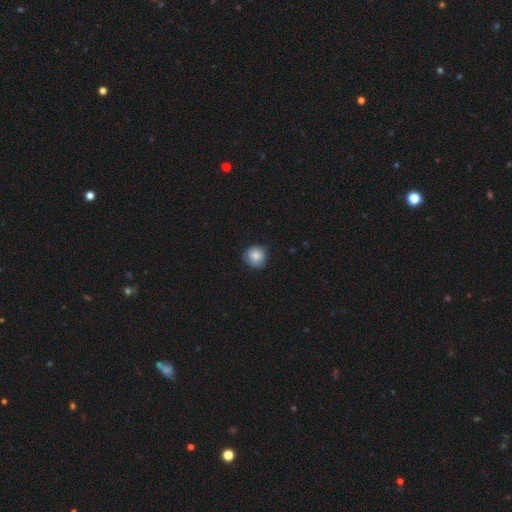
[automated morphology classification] This is clearly a smooth galaxy (83%). How rounded: clearly round (91%). Merging: clearly none (80%).